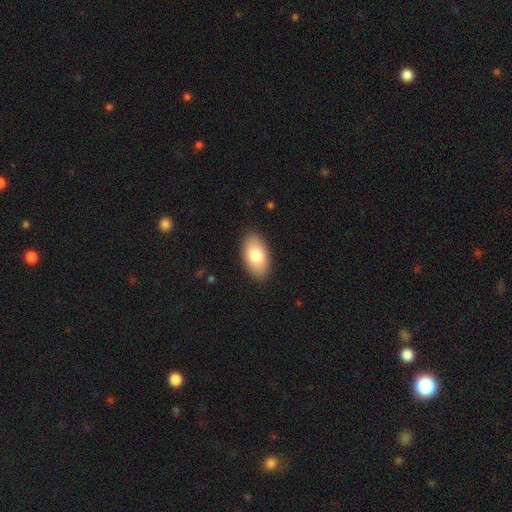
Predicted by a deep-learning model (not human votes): smooth_or_featured: smooth (p=0.78) [alt: featured or disk p=0.16]
how_rounded: in between (p=0.94) [alt: round p=0.04]
merging: none (p=0.88) [alt: minor disturbance p=0.09]